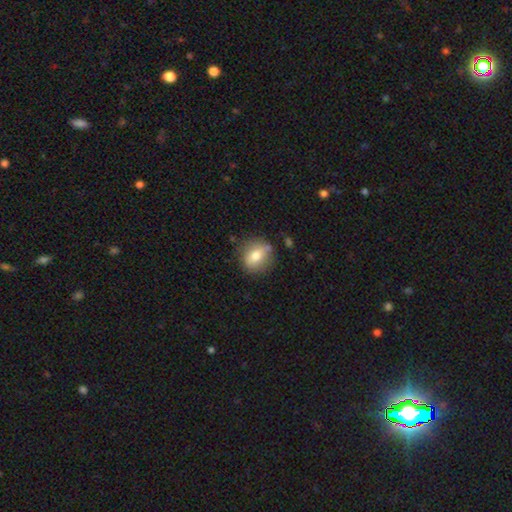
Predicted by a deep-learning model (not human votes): This appears to be a smooth galaxy with no disk features (72%) that is round (70%). Merging: none (79%).